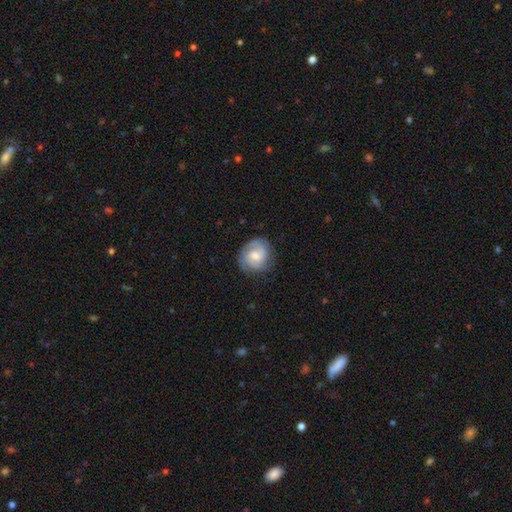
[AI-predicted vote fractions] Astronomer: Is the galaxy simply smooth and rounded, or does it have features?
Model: featured or disk — 64%.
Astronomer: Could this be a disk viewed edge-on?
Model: no — 98%.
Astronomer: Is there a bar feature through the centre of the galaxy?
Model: no — 54% (runner-up: weak, 40%).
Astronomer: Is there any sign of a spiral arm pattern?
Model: yes — 91%.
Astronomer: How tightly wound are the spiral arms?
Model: tight — 52% (runner-up: medium, 37%).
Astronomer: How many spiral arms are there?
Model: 2 — 52%.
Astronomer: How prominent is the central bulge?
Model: moderate — 48% (runner-up: small, 37%).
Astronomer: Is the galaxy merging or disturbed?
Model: none — 76%.